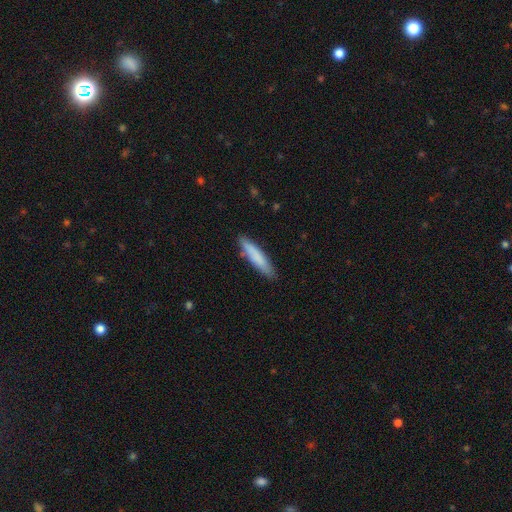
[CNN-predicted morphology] A smooth galaxy with no disk features (80%) that is cigar-shaped (86%). Merging: none (85%).